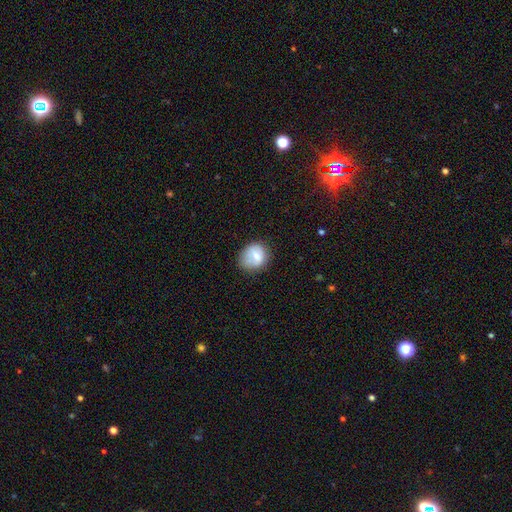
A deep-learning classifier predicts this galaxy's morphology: Overall: smooth (70%). How rounded: round (65%; in between 34%). Merging: none (63%; minor disturbance 26%).